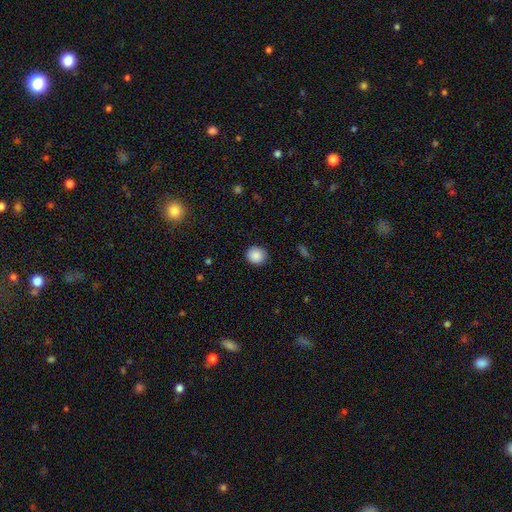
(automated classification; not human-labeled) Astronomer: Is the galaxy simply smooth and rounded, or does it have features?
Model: smooth — 88%.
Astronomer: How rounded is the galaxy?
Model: round — 87%.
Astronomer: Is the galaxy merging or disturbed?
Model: none — 89%.